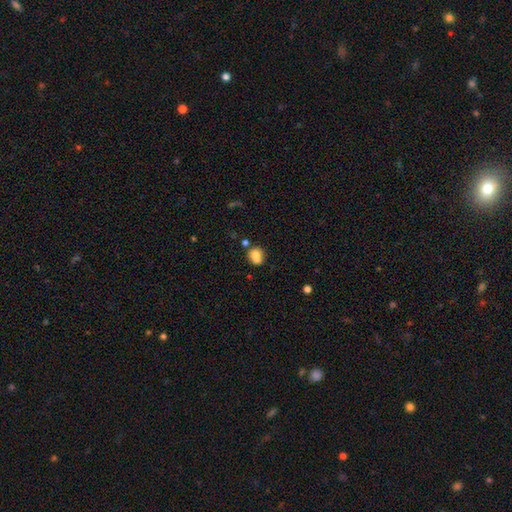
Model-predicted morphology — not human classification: The model was most divided on "how rounded": round: 62%, in between: 37%, cigar-shaped: 1%. More confident: smooth or featured — smooth (78%); merging — none (56%).